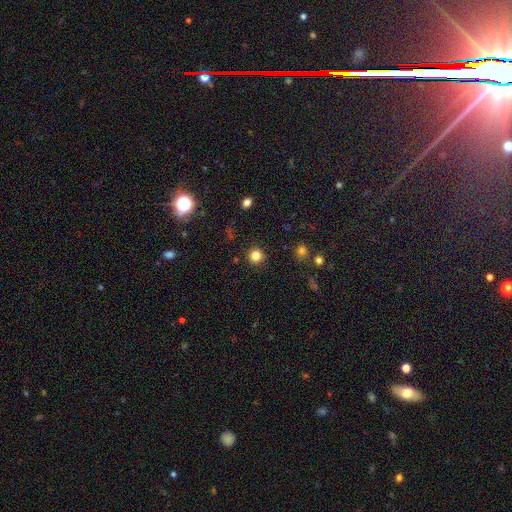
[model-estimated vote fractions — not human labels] The model was most divided on "smooth or featured": smooth: 82%, star or artifact: 13%, featured or disk: 5%. More confident: how rounded — round (93%); merging — none (91%).